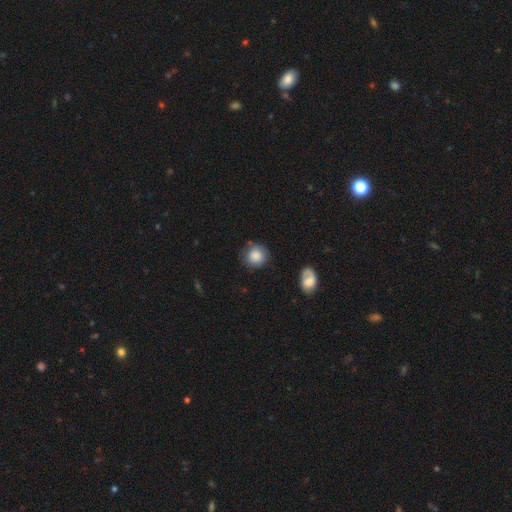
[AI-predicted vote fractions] This appears to be a smooth galaxy with no disk features (85%) that is round (88%). Merging: none (75%).